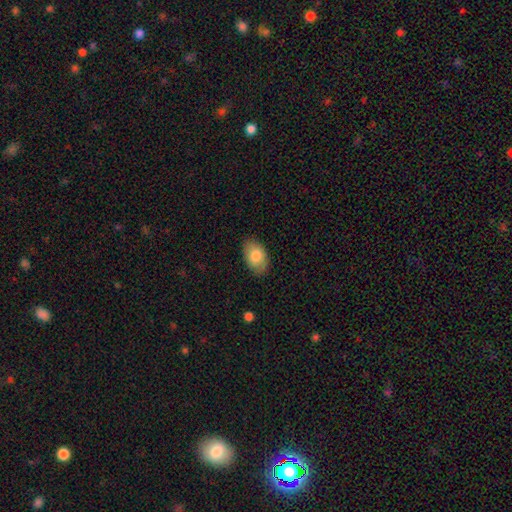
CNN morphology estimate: type=smooth (81%); roundness=in between (91%); merging=none (84%).